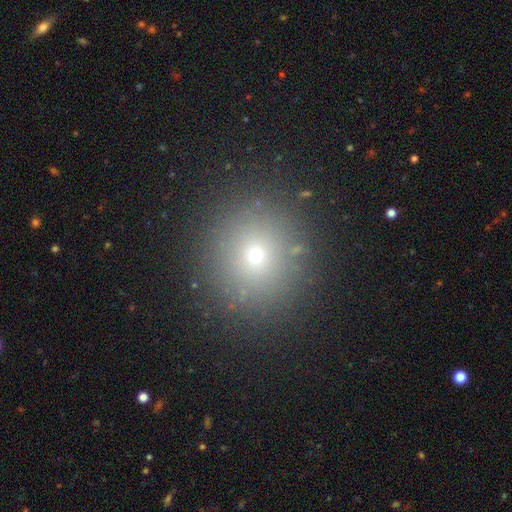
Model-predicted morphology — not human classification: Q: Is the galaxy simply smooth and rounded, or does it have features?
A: smooth — 66%.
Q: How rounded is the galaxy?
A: round — 91%.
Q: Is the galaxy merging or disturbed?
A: none — 89%.